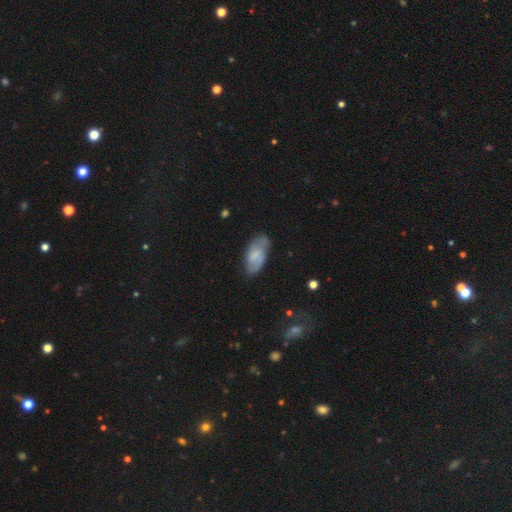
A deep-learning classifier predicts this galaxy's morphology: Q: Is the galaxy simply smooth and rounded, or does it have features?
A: smooth — 51%.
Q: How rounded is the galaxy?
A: in between — 92%.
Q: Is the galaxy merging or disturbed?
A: none — 67%.